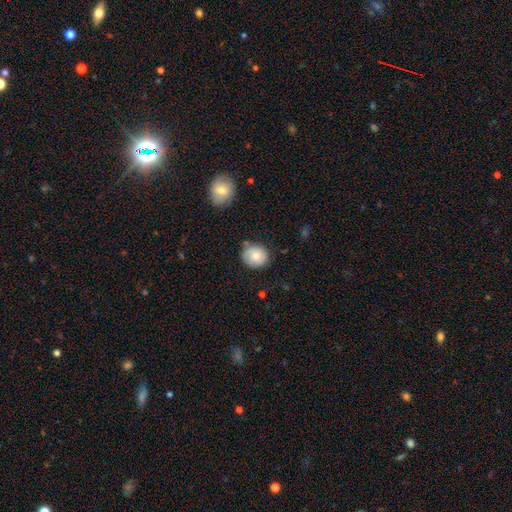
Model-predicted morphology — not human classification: Q: Smooth or featured?
A: smooth (61%); runner-up: featured or disk (31%)
Q: How rounded?
A: round (72%); runner-up: in between (27%)
Q: Merging?
A: none (72%); runner-up: minor disturbance (21%)